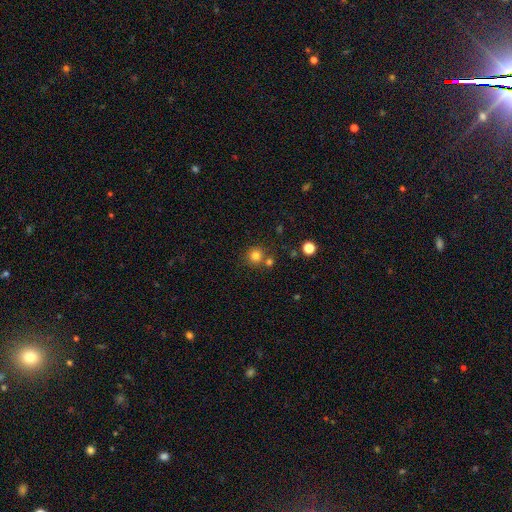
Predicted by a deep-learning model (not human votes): Smooth or featured: smooth — 79% (star or artifact — 14%)
How rounded: round — 92% (in between — 7%)
Merging: none — 71% (merger — 18%)